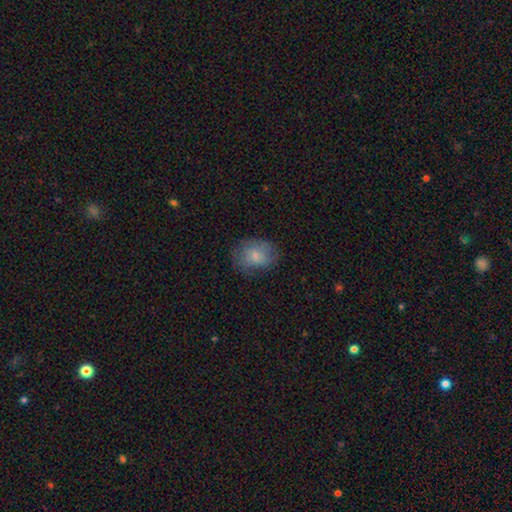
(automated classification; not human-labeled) A smooth galaxy with no disk features (74%) that is in between round and cigar-shaped (62%). Merging: none (67%).